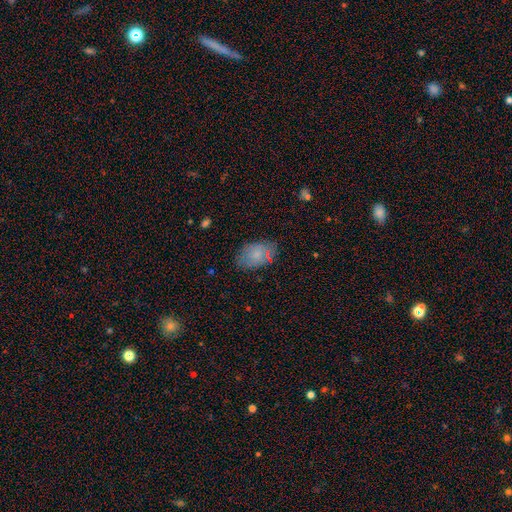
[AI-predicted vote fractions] Morphology: type=smooth (74%); roundness=in between (87%); merging=none (77%).